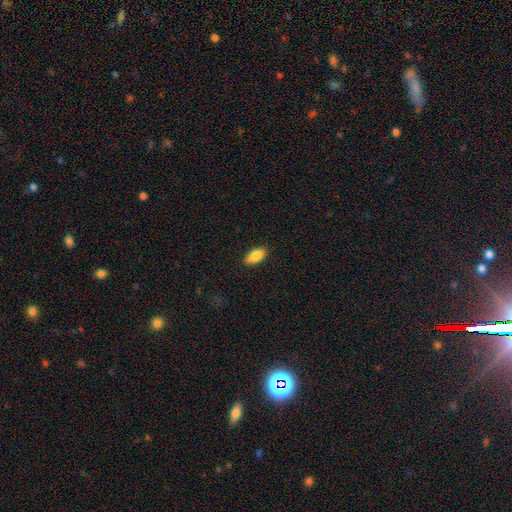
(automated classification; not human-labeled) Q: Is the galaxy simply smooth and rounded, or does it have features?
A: smooth — 87%.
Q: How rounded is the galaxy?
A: in between — 92%.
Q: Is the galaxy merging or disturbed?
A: none — 86%.